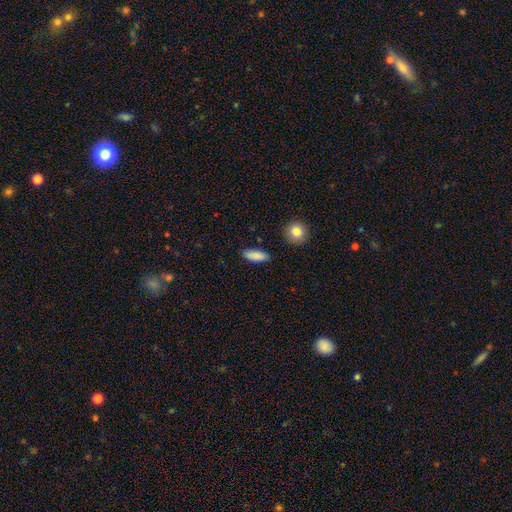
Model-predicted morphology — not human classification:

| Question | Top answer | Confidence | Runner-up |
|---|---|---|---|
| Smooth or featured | smooth | 87% | star or artifact (7%) |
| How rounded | in between | 71% | cigar-shaped (26%) |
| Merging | none | 87% | minor disturbance (9%) |